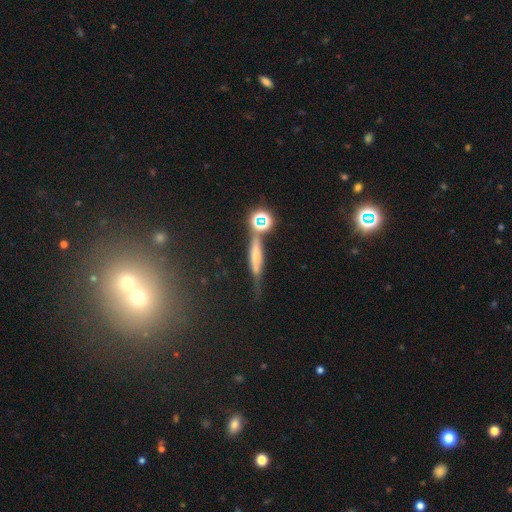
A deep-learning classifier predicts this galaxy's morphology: This appears to be a smooth galaxy with no disk features (42%). Merging: none (54%).